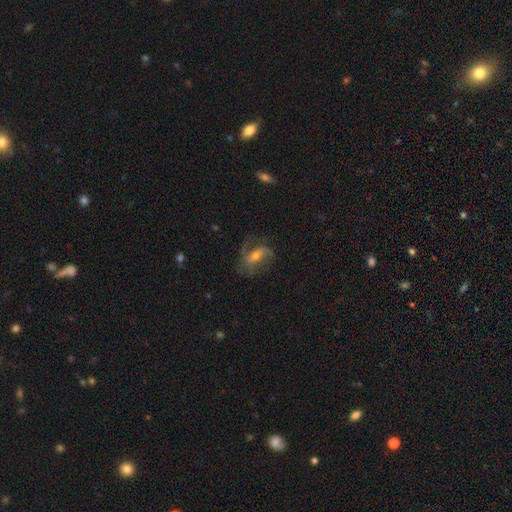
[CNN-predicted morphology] featured or disk 75%, smooth 15%, star or artifact 11%. Down the decision tree: edge-on disk — no (95%); bar — weak (42%); spiral arms — yes (92%); spiral arm count — 2 (63%); spiral winding — medium (48%); bulge size — moderate (49%); merging — none (66%).